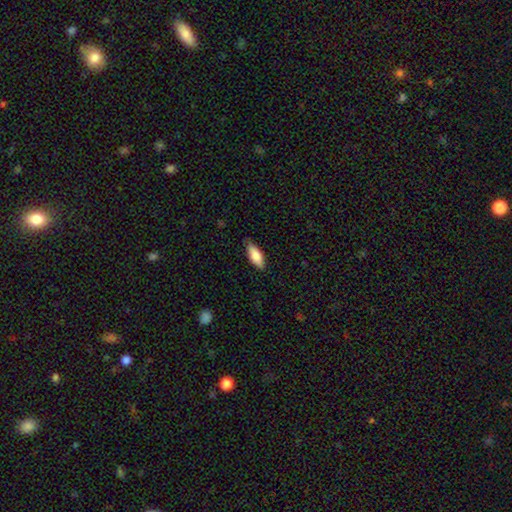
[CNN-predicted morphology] Overall: smooth (80%). How rounded: in between (74%). Merging: none (82%).